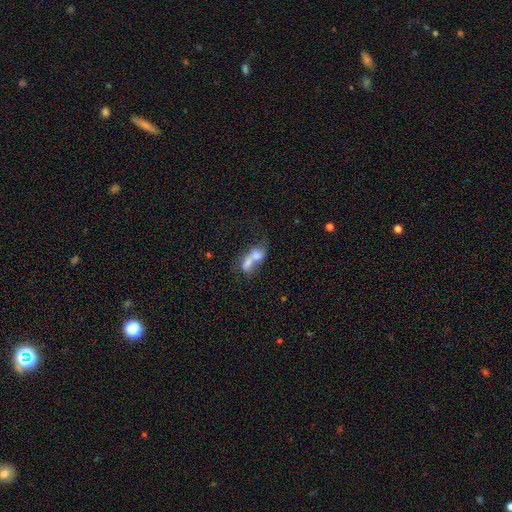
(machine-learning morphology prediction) Smooth or featured: smooth — 63% (featured or disk — 27%)
How rounded: in between — 66% (round — 27%)
Merging: merger — 78% (none — 11%)